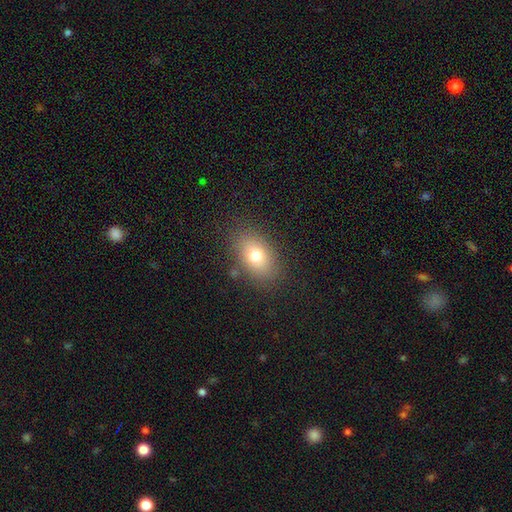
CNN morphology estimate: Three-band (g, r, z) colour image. It shows a smooth galaxy with no disk features (76%) that is in between round and cigar-shaped (83%). Merging: none (83%).